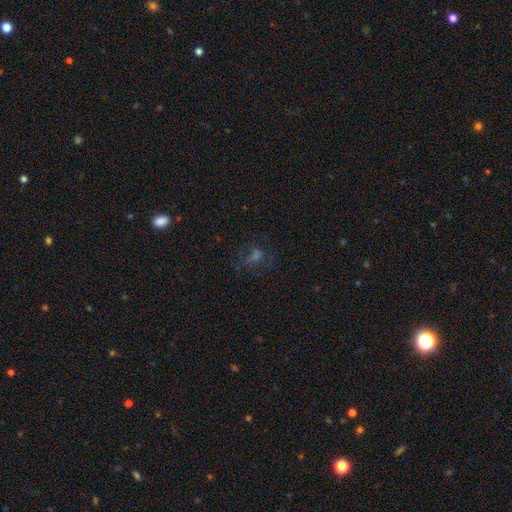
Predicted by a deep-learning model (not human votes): A star or artifact, not a galaxy (37%).

Vote fractions:
- Smooth or featured? star or artifact: 37% / smooth: 33% / featured or disk: 30%